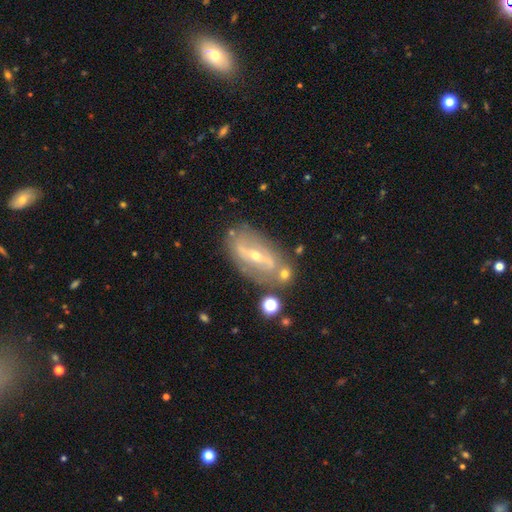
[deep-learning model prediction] smooth_or_featured: featured or disk (p=0.78) [alt: smooth p=0.14]
disk_edge_on: no (p=0.86) [alt: yes p=0.14]
bar: strong (p=0.56) [alt: weak p=0.27]
has_spiral_arms: yes (p=0.63) [alt: no p=0.37]
bulge_size: small (p=0.60) [alt: moderate p=0.37]
merging: none (p=0.71) [alt: minor disturbance p=0.16]